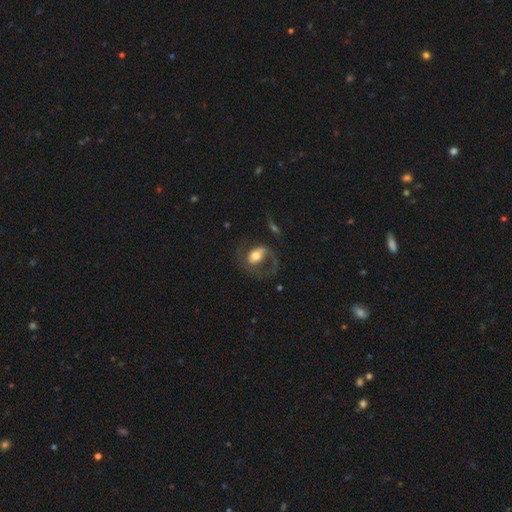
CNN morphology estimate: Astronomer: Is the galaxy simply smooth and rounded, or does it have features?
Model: featured or disk — 66%.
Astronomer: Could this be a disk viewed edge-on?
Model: no — 96%.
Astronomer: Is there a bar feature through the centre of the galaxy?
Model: no — 49% (runner-up: weak, 33%).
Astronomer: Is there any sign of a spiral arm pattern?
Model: yes — 80%.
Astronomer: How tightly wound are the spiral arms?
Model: medium — 48% (runner-up: loose, 36%).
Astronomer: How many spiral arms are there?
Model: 2 — 67%.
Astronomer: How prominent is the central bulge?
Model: moderate — 57%.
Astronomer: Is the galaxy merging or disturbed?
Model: none — 45% (runner-up: major disturbance, 35%).